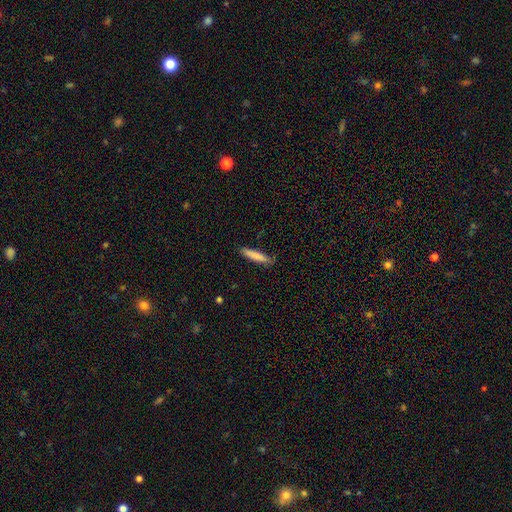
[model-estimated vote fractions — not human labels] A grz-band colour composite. It shows a smooth galaxy with no disk features (81%) that is cigar-shaped (90%). Merging: none (85%).